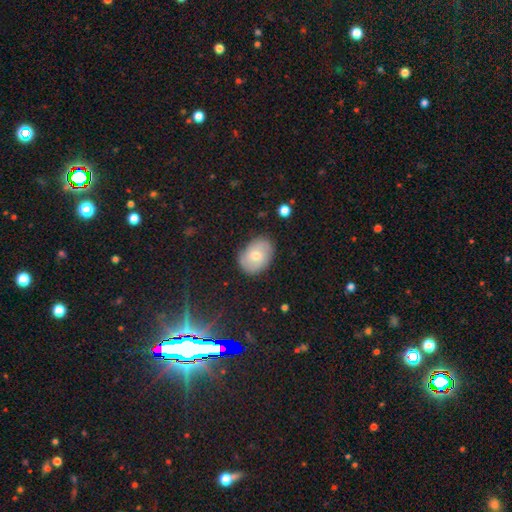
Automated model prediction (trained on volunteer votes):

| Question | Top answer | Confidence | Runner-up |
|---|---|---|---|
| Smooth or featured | smooth | 52% | featured or disk (35%) |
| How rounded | in between | 70% | round (29%) |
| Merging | none | 79% | minor disturbance (16%) |